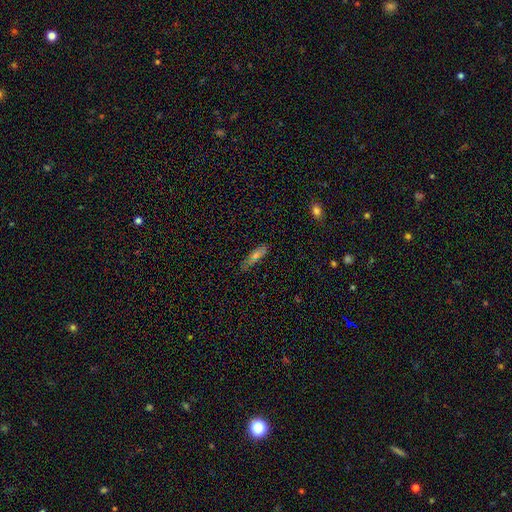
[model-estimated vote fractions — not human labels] A smooth galaxy with no disk features (54%) that is cigar-shaped (72%). Merging: none (81%).